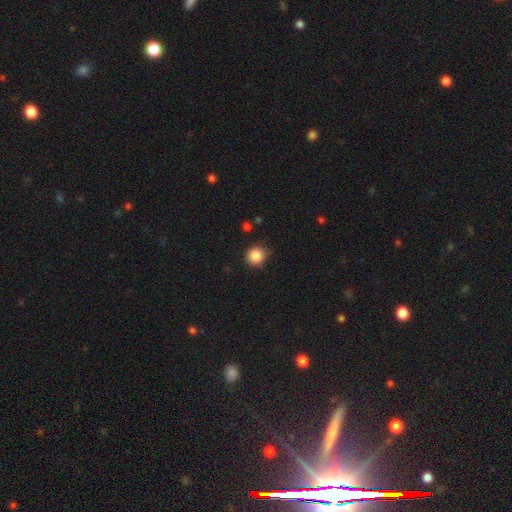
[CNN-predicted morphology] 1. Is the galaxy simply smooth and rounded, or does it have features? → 87% smooth, 10% star or artifact, 4% featured or disk.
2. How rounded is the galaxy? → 93% round, 6% in between, 1% cigar-shaped.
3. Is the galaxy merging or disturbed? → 87% none, 10% minor disturbance, 2% major disturbance, 1% merger.